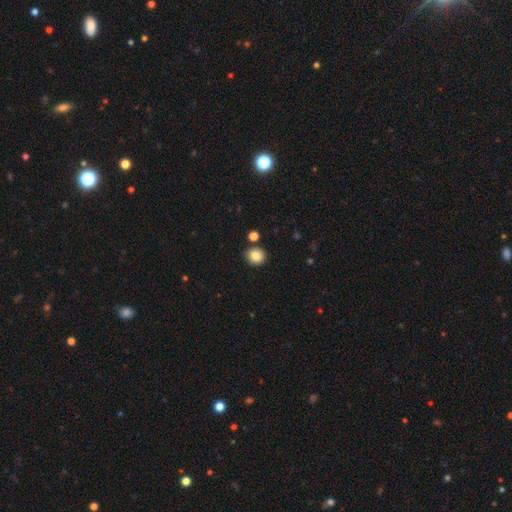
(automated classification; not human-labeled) Morphology: type=smooth (86%); roundness=round (80%); merging=none (85%).